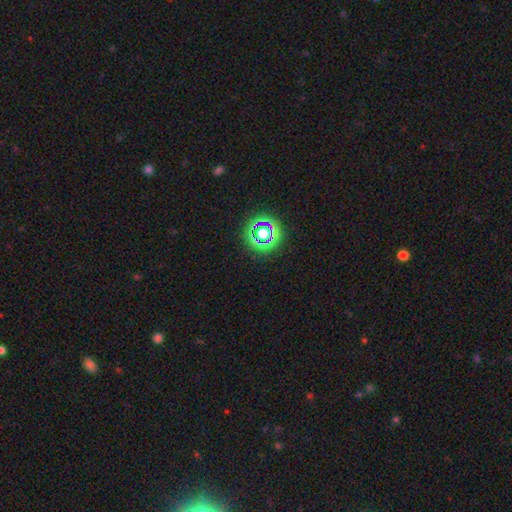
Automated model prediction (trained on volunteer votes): A star or artifact, not a galaxy (75%).